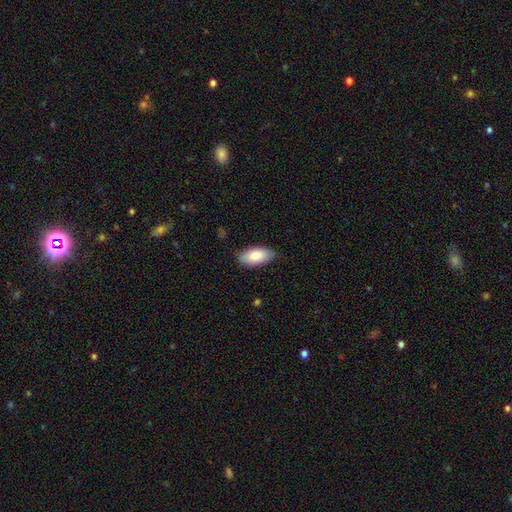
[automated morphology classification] This is clearly a smooth galaxy (84%). How rounded: clearly in between (92%). Merging: clearly none (82%).